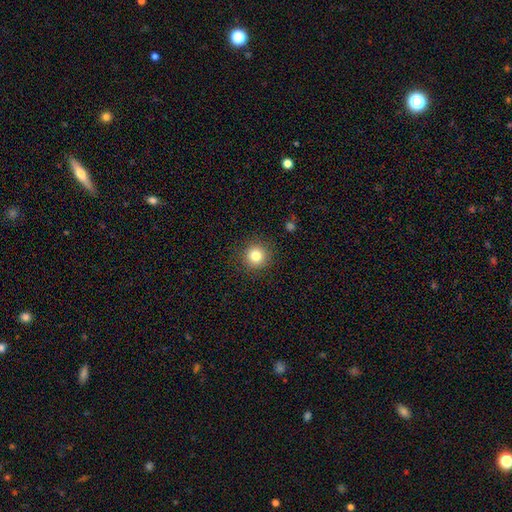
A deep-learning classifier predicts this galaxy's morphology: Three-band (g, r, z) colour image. It shows a smooth galaxy with no disk features (82%) that is round (95%). Merging: none (91%).